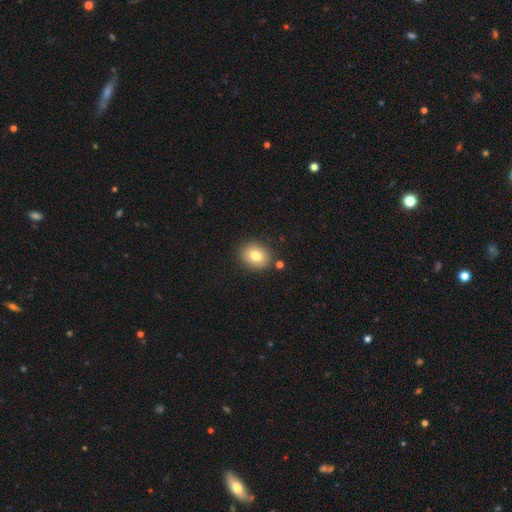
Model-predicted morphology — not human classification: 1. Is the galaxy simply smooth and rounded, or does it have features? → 80% smooth, 11% featured or disk, 10% star or artifact.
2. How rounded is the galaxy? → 56% round, 43% in between, 1% cigar-shaped.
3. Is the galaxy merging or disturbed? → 85% none, 9% minor disturbance, 4% merger, 2% major disturbance.